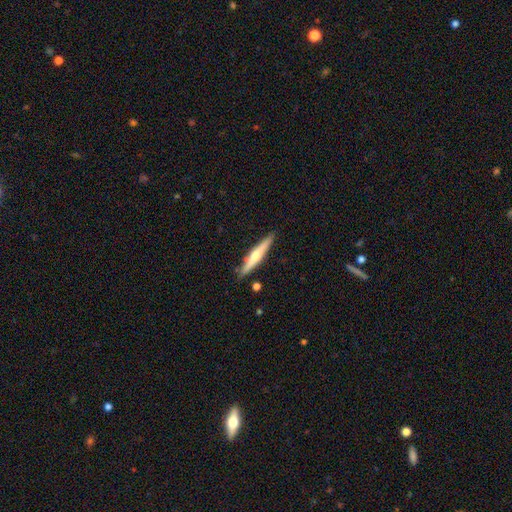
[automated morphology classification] Smooth or featured?
  - featured or disk: 52% *
  - smooth: 43%
  - star or artifact: 6%
Edge-on disk?
  - yes: 96% *
  - no: 4%
Merging?
  - none: 87% *
  - minor disturbance: 9%
  - merger: 2%
  - major disturbance: 2%